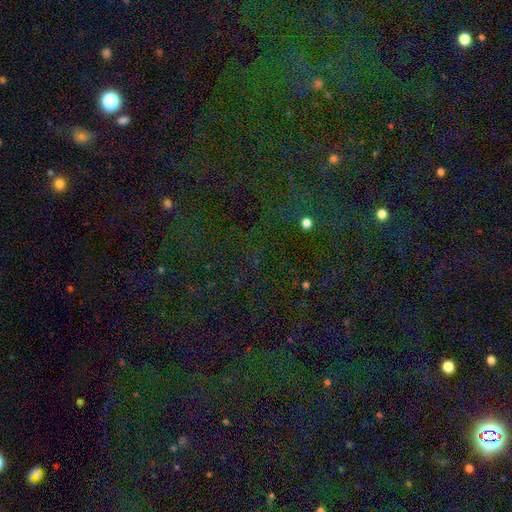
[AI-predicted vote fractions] Smooth or featured? Predicted: star or artifact (p=0.80).